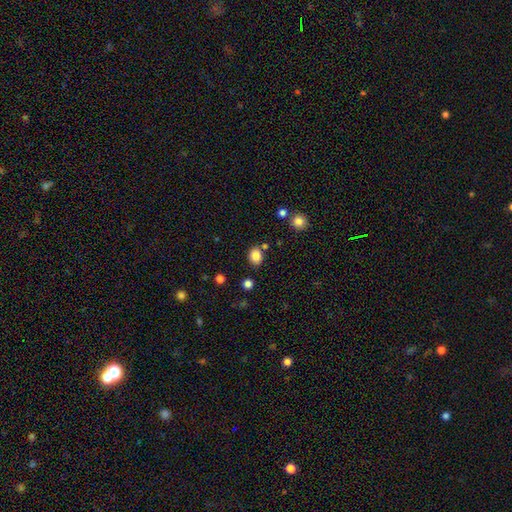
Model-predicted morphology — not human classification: This is clearly a smooth galaxy (84%). How rounded: possibly round (53%). Merging: clearly none (81%).